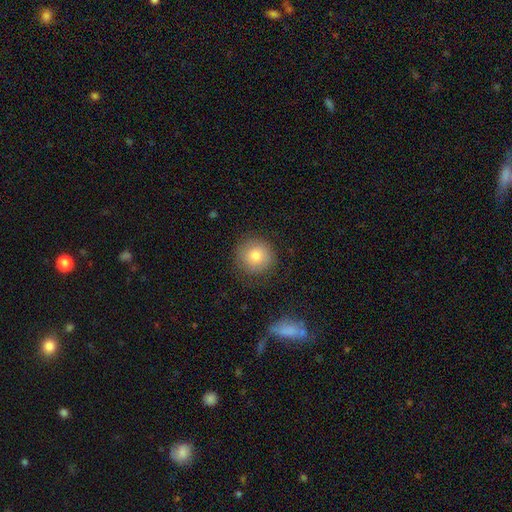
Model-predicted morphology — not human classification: smooth 79%, featured or disk 12%, star or artifact 9%. Down the decision tree: how rounded — round (93%); merging — none (84%).